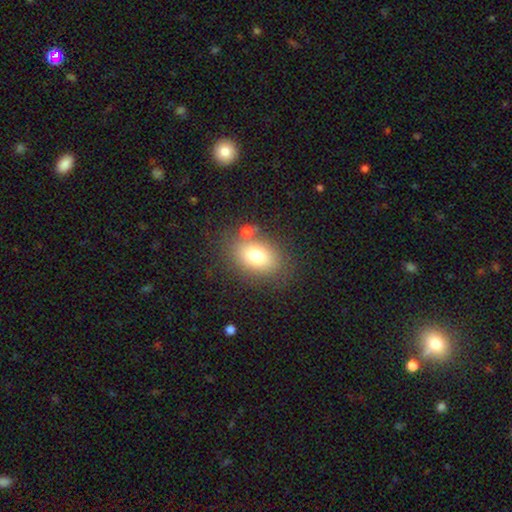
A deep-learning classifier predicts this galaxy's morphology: type=smooth (76%); roundness=in between (74%); merging=none (74%).